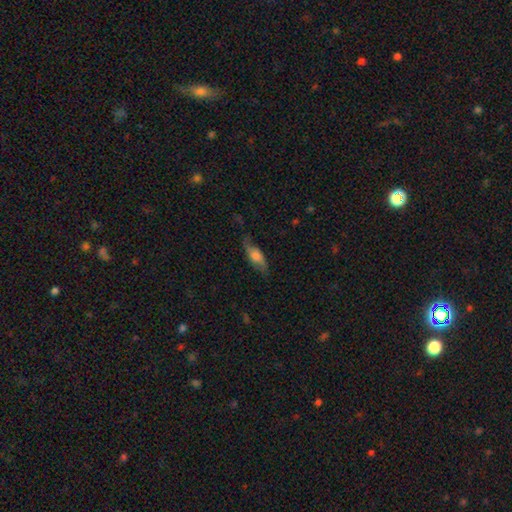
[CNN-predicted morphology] The model was most divided on "smooth or featured": smooth: 52%, featured or disk: 40%, star or artifact: 8%. More confident: how rounded — in between (66%); merging — none (63%).